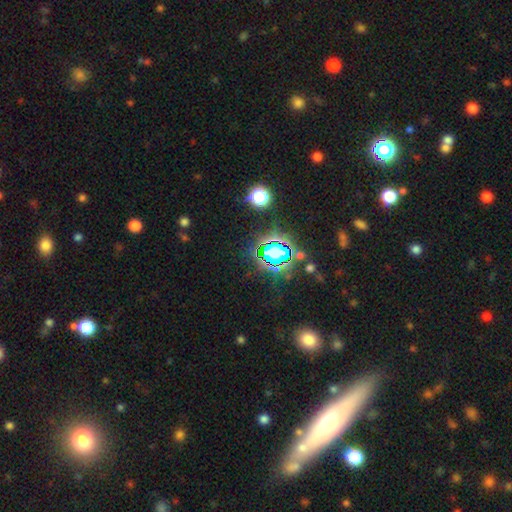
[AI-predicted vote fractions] Overall: star or artifact (71%).